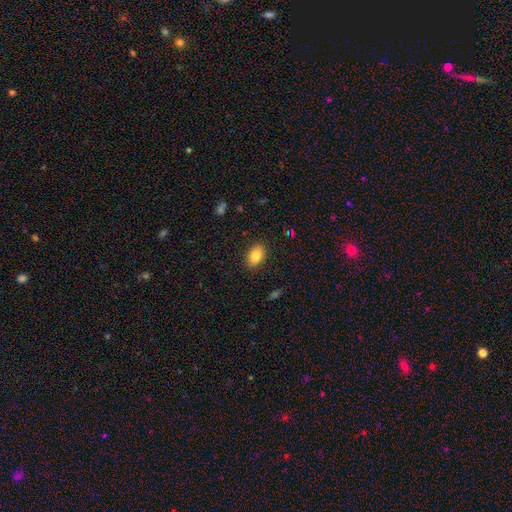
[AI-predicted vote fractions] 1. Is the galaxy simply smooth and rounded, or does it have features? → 83% smooth, 8% star or artifact, 8% featured or disk.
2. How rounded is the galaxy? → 85% in between, 14% round, 1% cigar-shaped.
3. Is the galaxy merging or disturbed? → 89% none, 8% minor disturbance, 2% major disturbance, 1% merger.